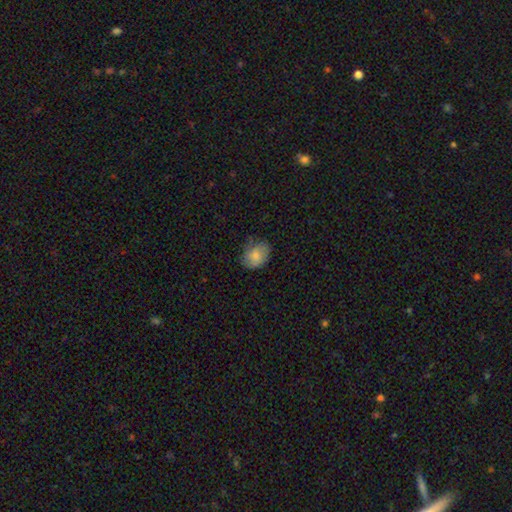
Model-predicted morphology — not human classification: smooth 80%, featured or disk 13%, star or artifact 7%. Down the decision tree: how rounded — in between (66%); merging — none (70%).